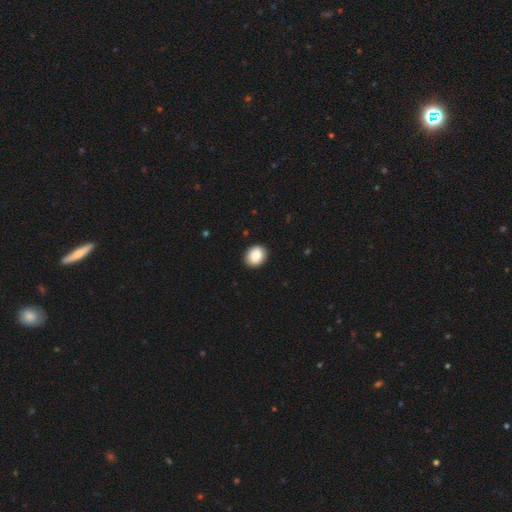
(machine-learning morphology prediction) type=smooth (87%); roundness=round (56%); merging=none (90%).